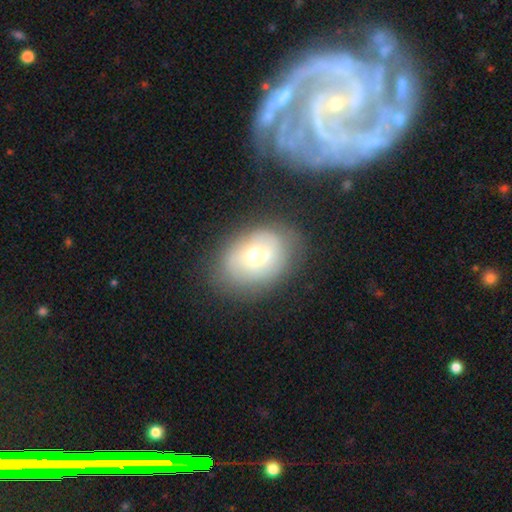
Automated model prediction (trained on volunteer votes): Smooth or featured?
  - smooth: 53% *
  - featured or disk: 37%
  - star or artifact: 10%
How rounded?
  - in between: 66% *
  - round: 33%
  - cigar-shaped: 1%
Merging?
  - none: 70% *
  - minor disturbance: 17%
  - major disturbance: 7%
  - merger: 5%